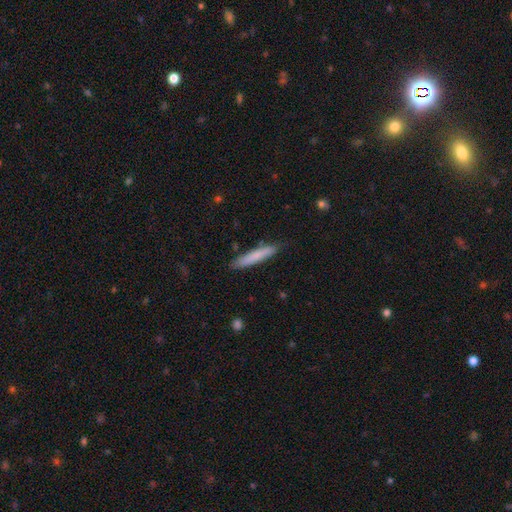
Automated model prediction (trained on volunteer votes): Morphology: type=smooth (76%); roundness=cigar-shaped (93%); merging=none (84%).